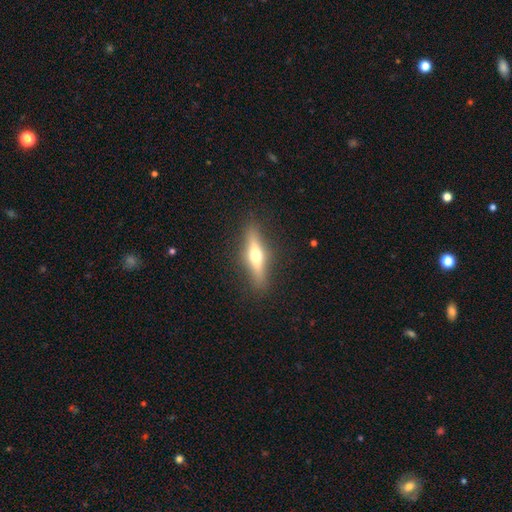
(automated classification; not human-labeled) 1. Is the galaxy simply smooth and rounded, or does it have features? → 55% featured or disk, 39% smooth, 6% star or artifact.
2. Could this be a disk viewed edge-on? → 93% yes, 7% no.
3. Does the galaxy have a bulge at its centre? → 93% rounded, 4% none, 3% boxy.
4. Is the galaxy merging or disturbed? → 88% none, 8% minor disturbance, 2% major disturbance, 1% merger.